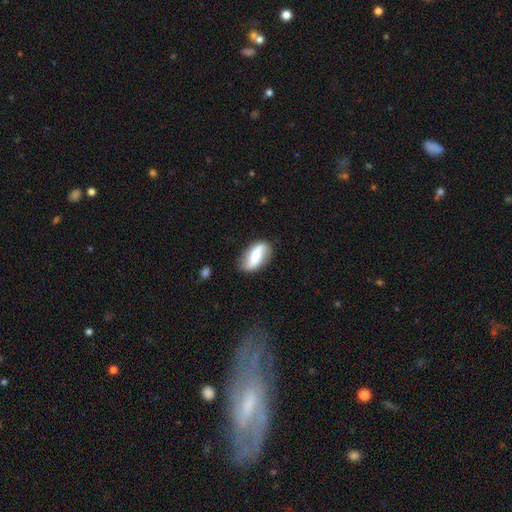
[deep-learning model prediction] This is possibly a featured or disk galaxy (49%). Merging: likely none (78%).